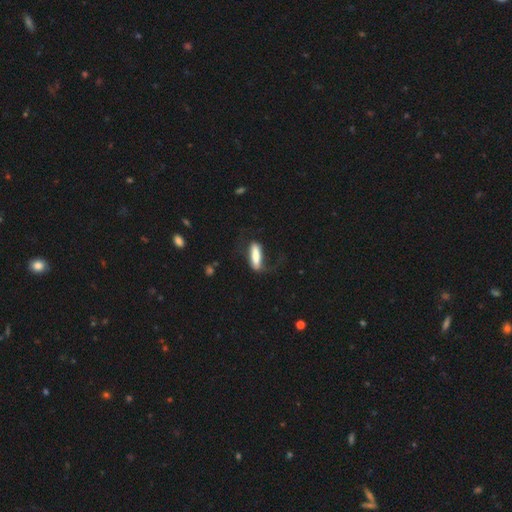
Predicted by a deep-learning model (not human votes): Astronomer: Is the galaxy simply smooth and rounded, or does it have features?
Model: smooth — 68%.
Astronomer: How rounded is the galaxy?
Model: cigar-shaped — 69%.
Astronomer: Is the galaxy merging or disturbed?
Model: none — 52%.